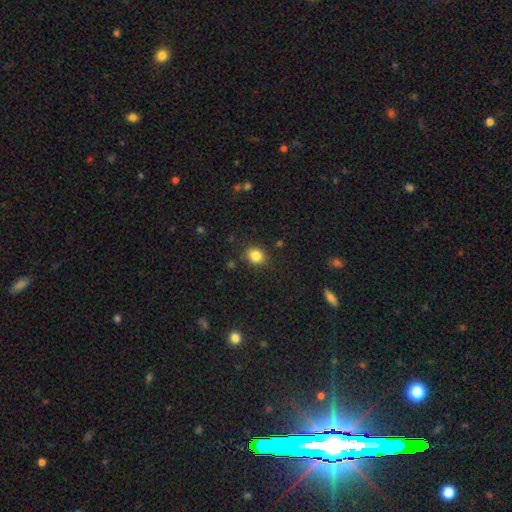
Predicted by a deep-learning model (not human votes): The model was most divided on "how rounded": round: 65%, in between: 35%, cigar-shaped: 1%. More confident: merging — none (87%); smooth or featured — smooth (84%).